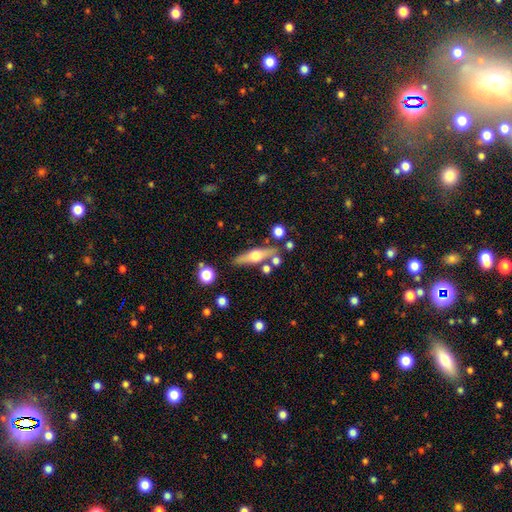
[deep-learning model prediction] Morphology: type=featured or disk (59%); edge-on=yes (92%); edge-on bulge=rounded (95%); merging=none (77%).